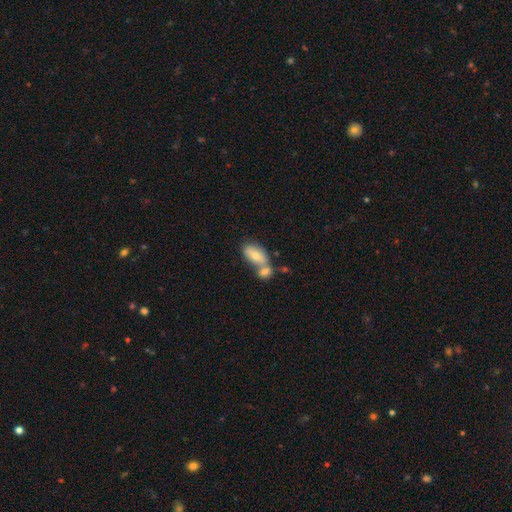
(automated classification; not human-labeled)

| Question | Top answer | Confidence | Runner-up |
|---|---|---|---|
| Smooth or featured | smooth | 67% | featured or disk (26%) |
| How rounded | in between | 89% | round (6%) |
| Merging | merger | 57% | none (29%) |